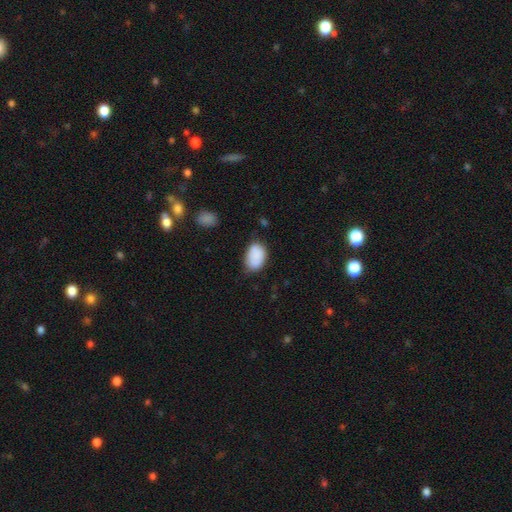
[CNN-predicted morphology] This is clearly a smooth galaxy (87%). How rounded: clearly in between (87%). Merging: likely none (64%).